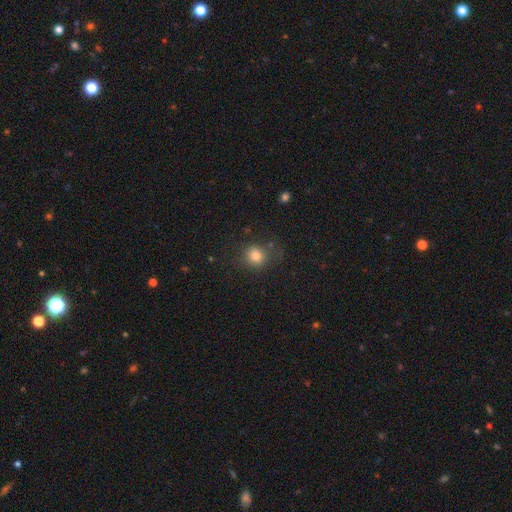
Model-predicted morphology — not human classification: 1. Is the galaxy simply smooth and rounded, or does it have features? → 79% smooth, 13% star or artifact, 8% featured or disk.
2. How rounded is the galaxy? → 84% round, 16% in between, 1% cigar-shaped.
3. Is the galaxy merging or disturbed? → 76% none, 15% minor disturbance, 6% major disturbance, 3% merger.